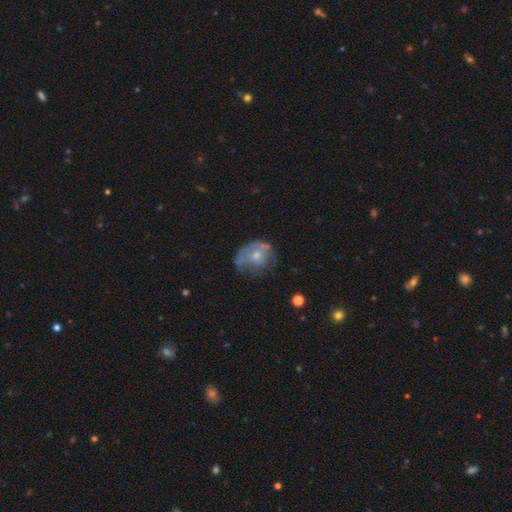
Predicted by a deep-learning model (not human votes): featured or disk 53%, smooth 39%, star or artifact 8%. Down the decision tree: edge-on disk — no (97%); bar — no (86%); spiral arms — no (63%); bulge size — moderate (52%); merging — none (43%).